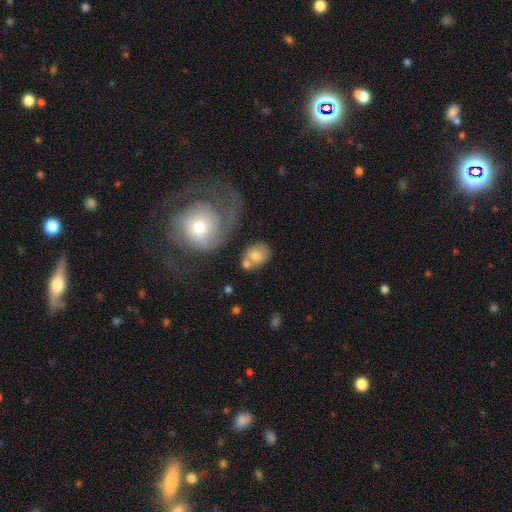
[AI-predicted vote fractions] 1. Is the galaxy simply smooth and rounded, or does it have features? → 69% smooth, 23% featured or disk, 8% star or artifact.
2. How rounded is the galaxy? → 63% in between, 35% round, 2% cigar-shaped.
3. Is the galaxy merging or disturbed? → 50% none, 27% merger, 15% minor disturbance, 8% major disturbance.